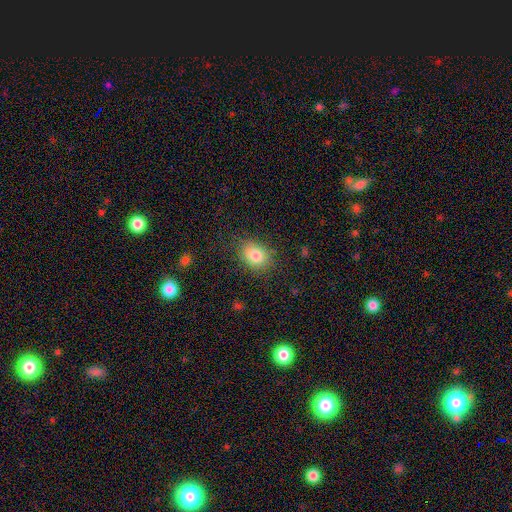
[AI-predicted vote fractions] smooth_or_featured: smooth (p=0.82) [alt: star or artifact p=0.10]
how_rounded: in between (p=0.56) [alt: round p=0.43]
merging: none (p=0.78) [alt: minor disturbance p=0.16]